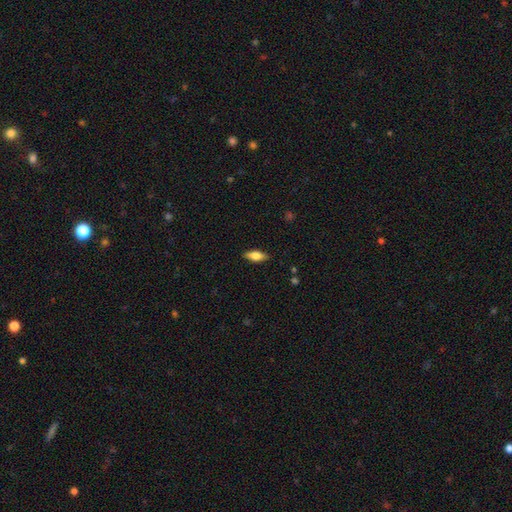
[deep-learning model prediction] This is likely a smooth galaxy (65%). How rounded: likely in between (71%). Merging: clearly none (88%).